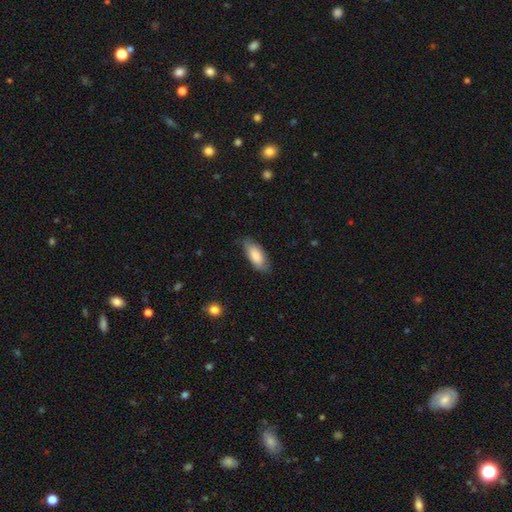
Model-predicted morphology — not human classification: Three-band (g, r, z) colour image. It shows a smooth galaxy with no disk features (81%) that is in between round and cigar-shaped (85%). Merging: none (74%).